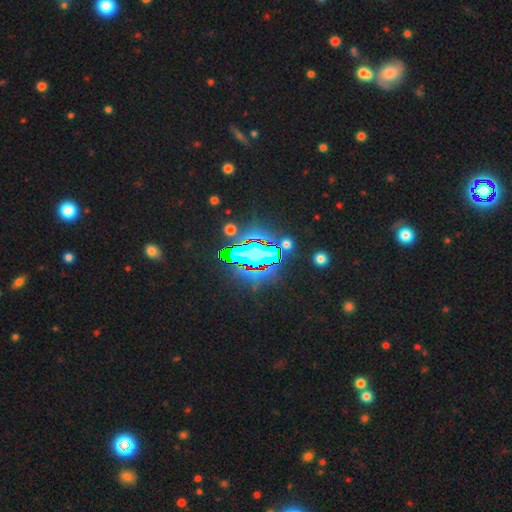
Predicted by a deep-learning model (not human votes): Morphology: type=star or artifact (78%).